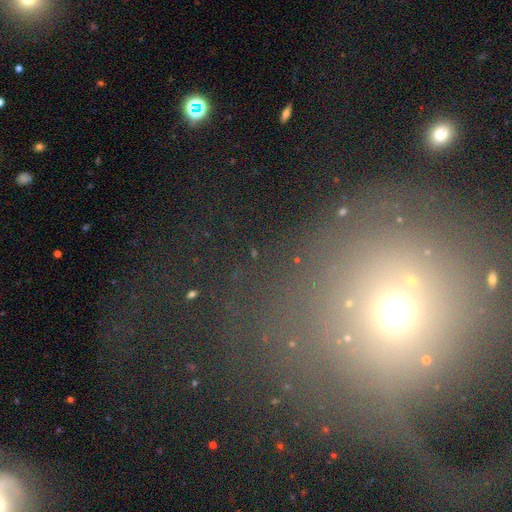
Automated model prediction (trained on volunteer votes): Morphology: type=smooth (44%); merging=none (67%).